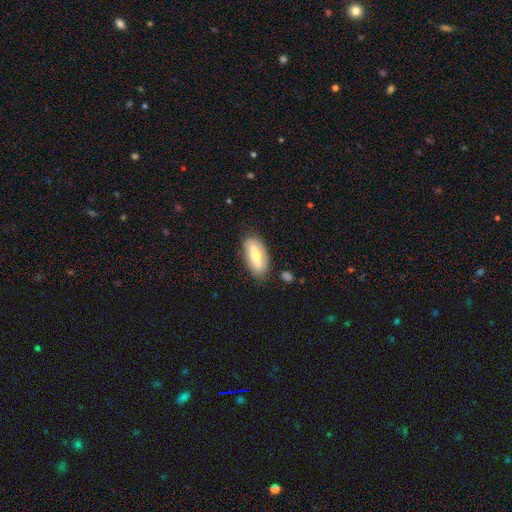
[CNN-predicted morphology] Q: Smooth or featured?
A: smooth (56%); runner-up: featured or disk (37%)
Q: How rounded?
A: in between (83%); runner-up: cigar-shaped (14%)
Q: Merging?
A: none (79%); runner-up: minor disturbance (15%)